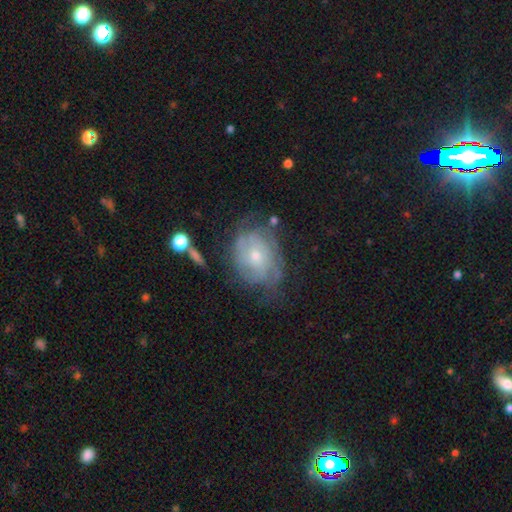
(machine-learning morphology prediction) A featured or disk galaxy (74%) with no bar (77%), tight (63%) spiral arms (85%) and a small central bulge (58%). Merging: none (59%).